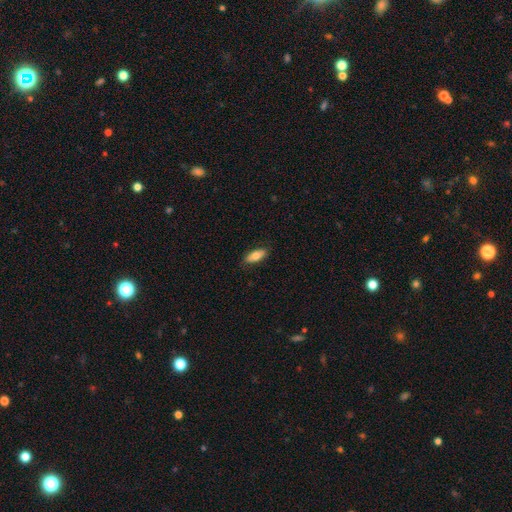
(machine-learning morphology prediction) This appears to be a smooth galaxy with no disk features (76%) that is in between round and cigar-shaped (84%). Merging: none (85%).